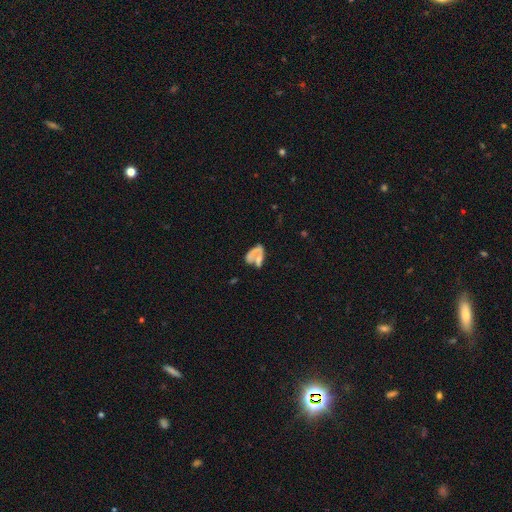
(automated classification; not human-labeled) The model was most divided on "smooth or featured": featured or disk: 45%, smooth: 43%, star or artifact: 11%. Remaining: merging — merger (37%).